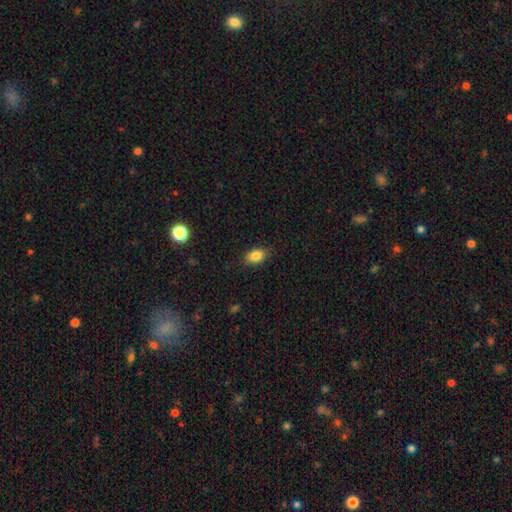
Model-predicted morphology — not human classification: Smooth or featured? smooth (86%)
How rounded? in between (87%)
Merging? none (85%)